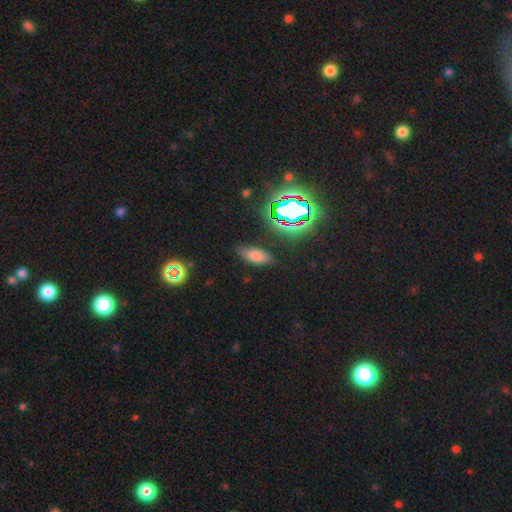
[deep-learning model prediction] The model was most divided on "smooth or featured": smooth: 67%, star or artifact: 21%, featured or disk: 12%. More confident: how rounded — in between (80%); merging — none (79%).